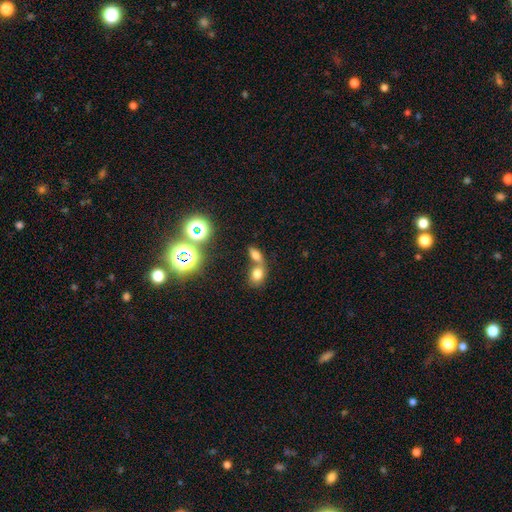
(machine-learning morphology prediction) A smooth galaxy with no disk features (70%) that is in between round and cigar-shaped (73%). Merging: merger (55%).